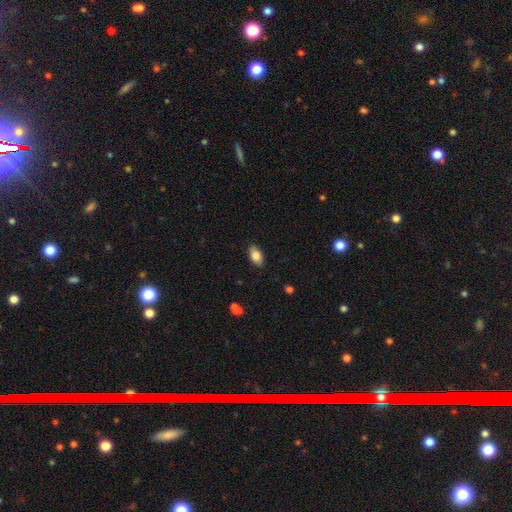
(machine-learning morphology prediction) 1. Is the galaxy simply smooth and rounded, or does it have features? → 84% smooth, 10% featured or disk, 7% star or artifact.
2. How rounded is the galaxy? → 91% in between, 4% cigar-shaped, 4% round.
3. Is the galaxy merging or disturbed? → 85% none, 11% minor disturbance, 2% major disturbance, 1% merger.